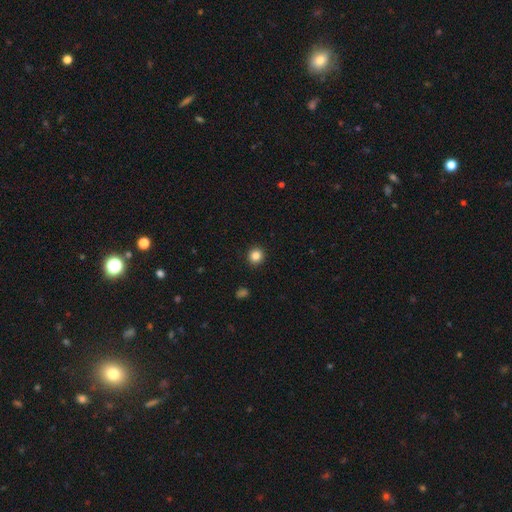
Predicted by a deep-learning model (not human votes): smooth 84%, star or artifact 11%, featured or disk 5%. Down the decision tree: how rounded — round (92%); merging — none (93%).